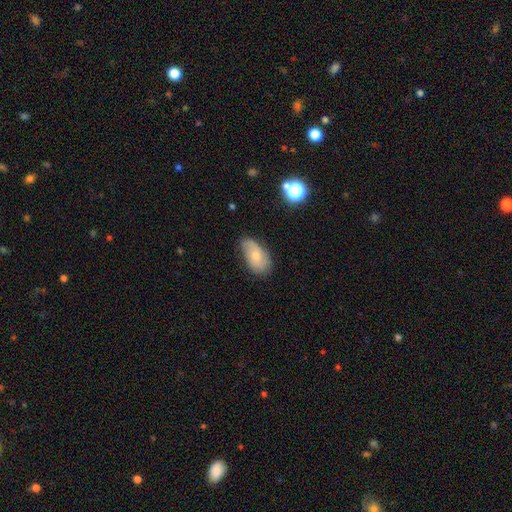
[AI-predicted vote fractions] This is possibly a smooth galaxy (59%). How rounded: clearly in between (92%). Merging: likely none (62%).